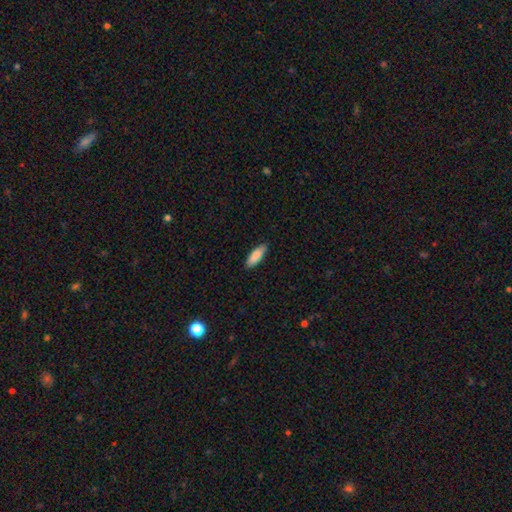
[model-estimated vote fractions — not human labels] A smooth galaxy with no disk features (88%) that is in between round and cigar-shaped (64%).

Vote fractions:
- Smooth or featured? smooth: 88% / featured or disk: 6% / star or artifact: 5%
- How rounded? in between: 64% / cigar-shaped: 35% / round: 2%
- Merging? none: 86% / minor disturbance: 11% / major disturbance: 2% / merger: 1%